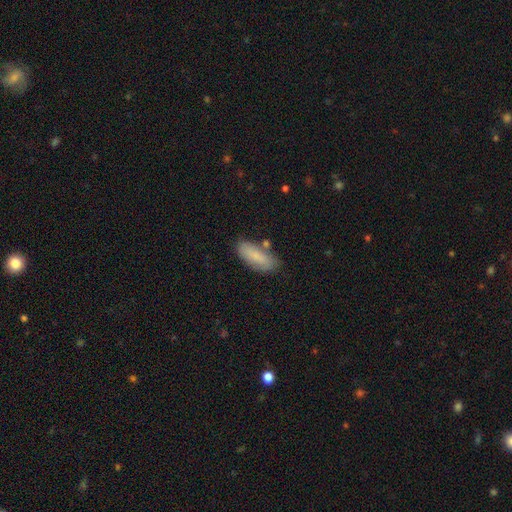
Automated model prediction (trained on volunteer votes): Overall: smooth (81%). How rounded: in between (73%). Merging: none (72%).